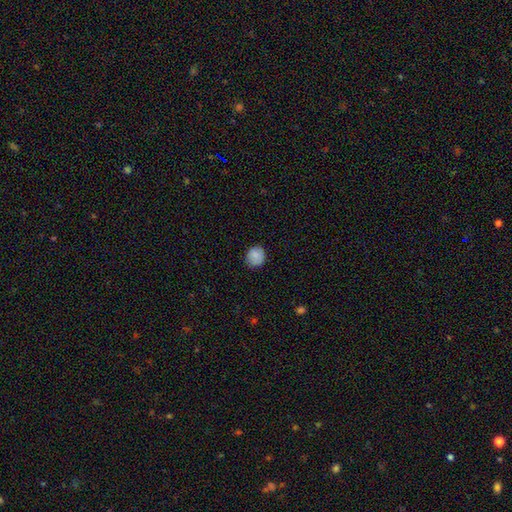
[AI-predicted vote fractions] smooth_or_featured: smooth (p=0.82) [alt: featured or disk p=0.10]
how_rounded: round (p=0.81) [alt: in between p=0.18]
merging: none (p=0.83) [alt: minor disturbance p=0.14]